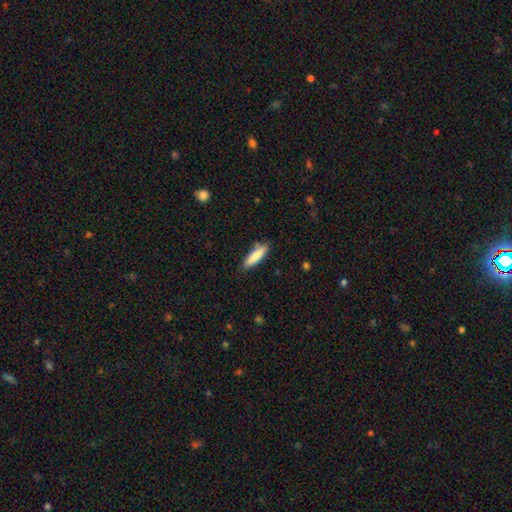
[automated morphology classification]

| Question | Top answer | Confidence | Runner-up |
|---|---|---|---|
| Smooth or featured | smooth | 84% | featured or disk (11%) |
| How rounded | cigar-shaped | 71% | in between (28%) |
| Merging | none | 82% | minor disturbance (13%) |